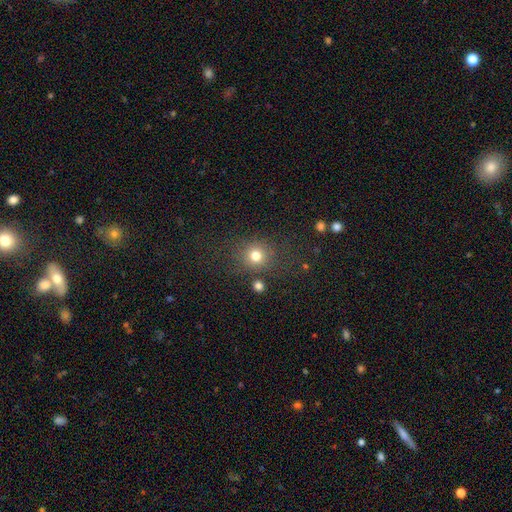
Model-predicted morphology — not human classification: smooth_or_featured: smooth (p=0.76) [alt: star or artifact p=0.16]
how_rounded: round (p=0.84) [alt: in between p=0.15]
merging: none (p=0.77) [alt: minor disturbance p=0.11]